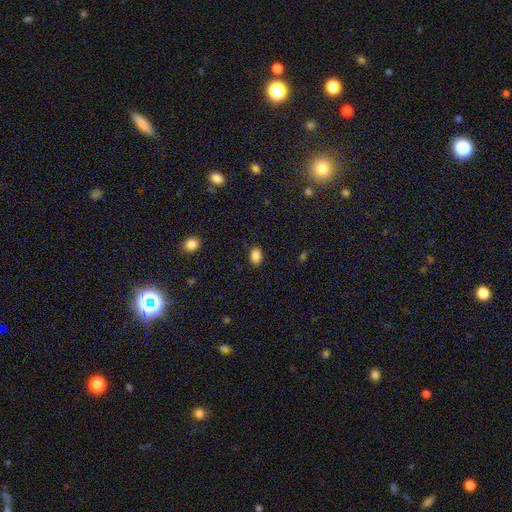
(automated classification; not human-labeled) Smooth or featured? smooth (87%)
How rounded? in between (79%)
Merging? none (85%)